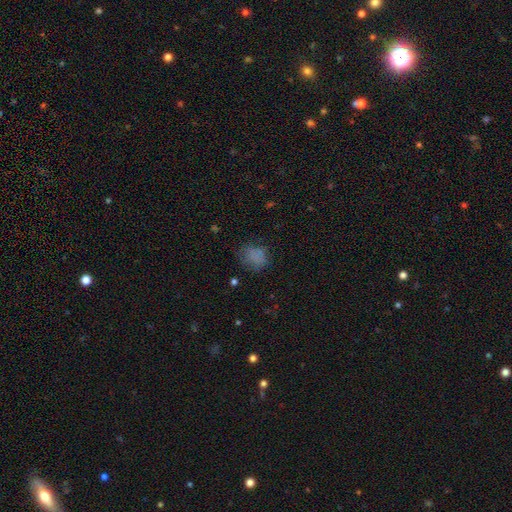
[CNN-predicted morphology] type=smooth (74%); roundness=round (53%); merging=none (61%).